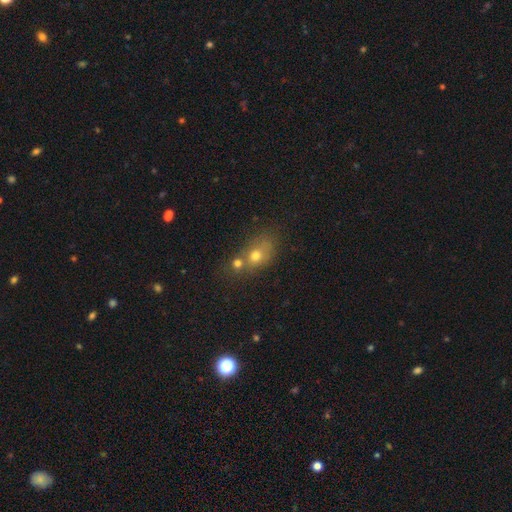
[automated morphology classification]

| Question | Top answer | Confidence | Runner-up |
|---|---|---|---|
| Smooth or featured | smooth | 66% | featured or disk (18%) |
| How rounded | in between | 52% | round (46%) |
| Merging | merger | 49% | none (33%) |